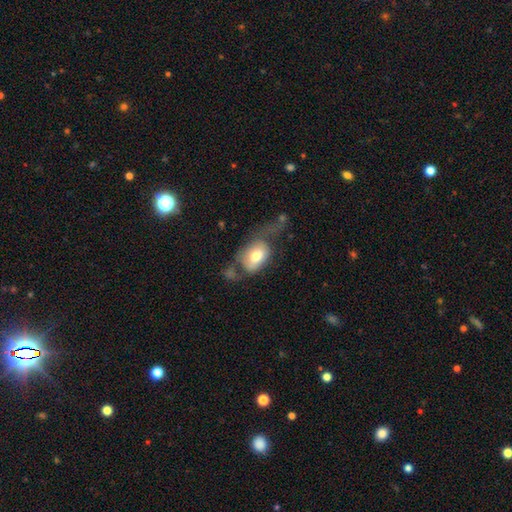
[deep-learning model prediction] Smooth or featured: smooth — 69% (featured or disk — 25%)
How rounded: in between — 81% (round — 17%)
Merging: major disturbance — 46% (none — 22%)